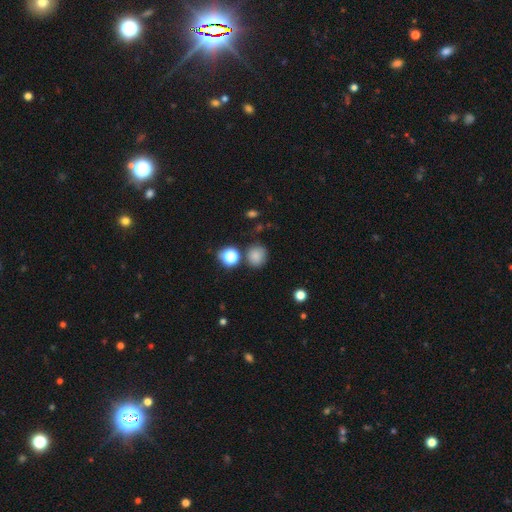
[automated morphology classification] Overall: smooth (79%). How rounded: round (85%). Merging: none (78%).